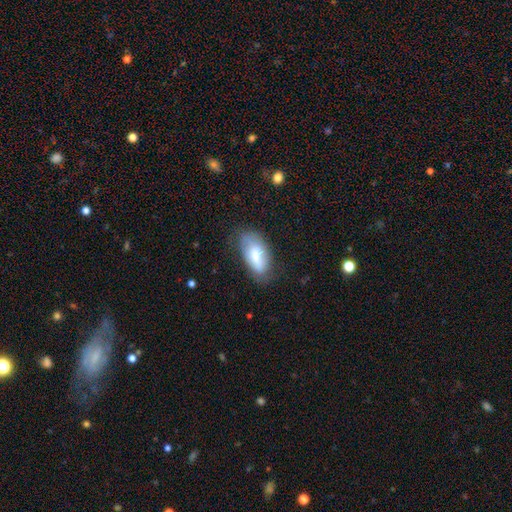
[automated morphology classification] Smooth or featured? smooth (66%)
How rounded? in between (91%)
Merging? none (67%)